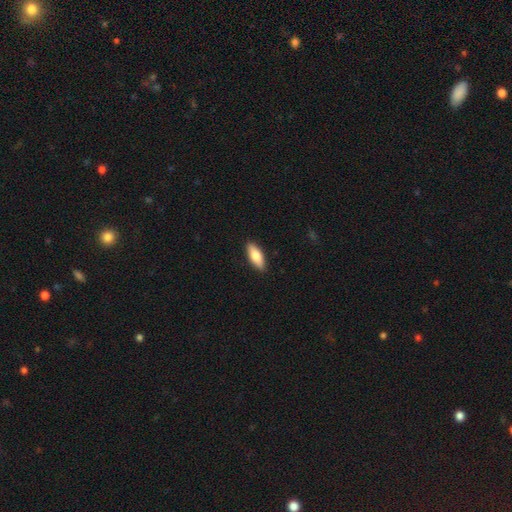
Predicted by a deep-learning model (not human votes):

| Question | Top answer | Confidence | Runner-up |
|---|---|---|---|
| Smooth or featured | smooth | 80% | featured or disk (14%) |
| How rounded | in between | 73% | cigar-shaped (25%) |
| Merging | none | 90% | minor disturbance (8%) |